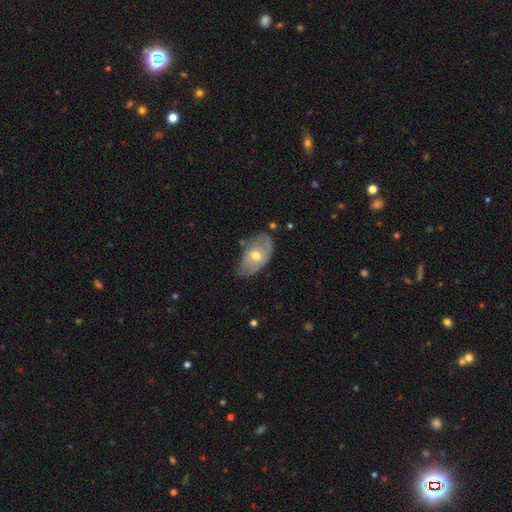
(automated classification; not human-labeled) This is possibly a smooth galaxy (48%). Merging: possibly none (49%).